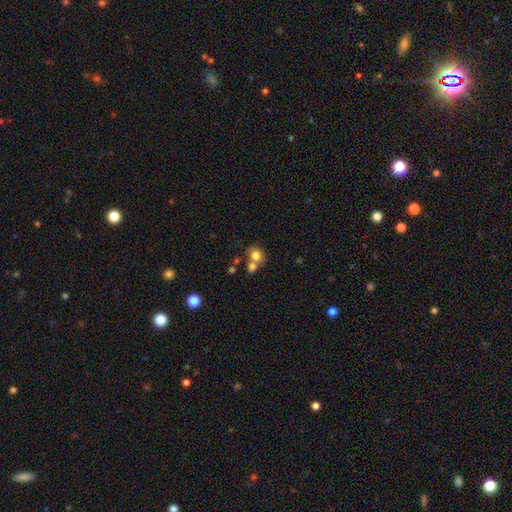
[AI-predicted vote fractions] Smooth or featured? smooth (78%)
How rounded? round (74%)
Merging? none (46%)